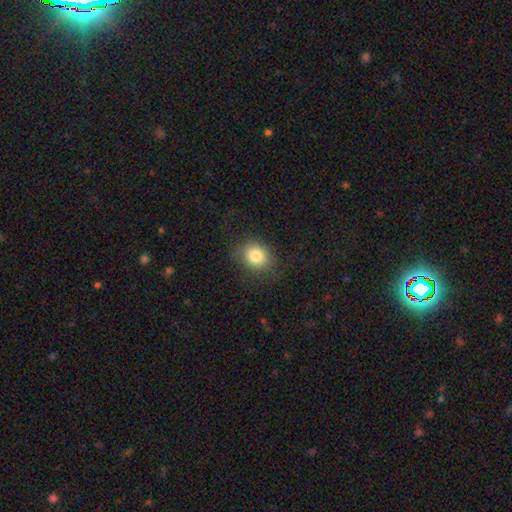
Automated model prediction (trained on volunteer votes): Overall: smooth (82%). How rounded: round (54%; in between 45%). Merging: none (77%).